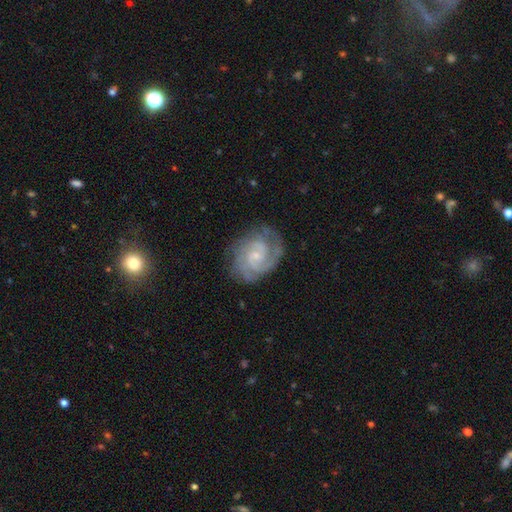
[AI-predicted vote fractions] The model was most divided on "spiral arm count": 2: 43%, 3: 26%, can't tell: 16%, 4: 7%, 1: 5%, more than 4: 4%. More confident: edge-on disk — no (98%); spiral arms — yes (98%); smooth or featured — featured or disk (88%); merging — none (75%); bulge size — small (73%); spiral winding — tight (61%); bar — no (60%).